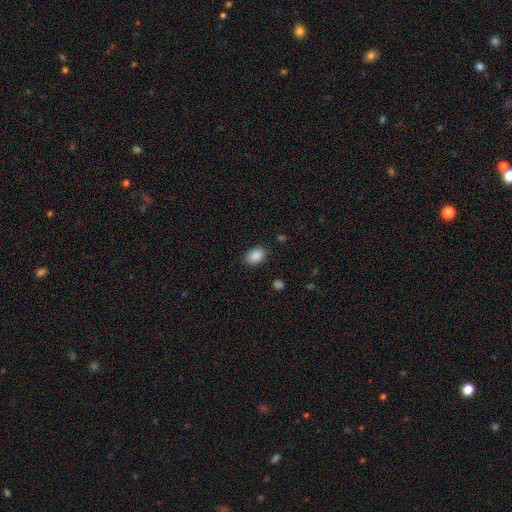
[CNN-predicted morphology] The model was most divided on "how rounded": in between: 85%, round: 14%, cigar-shaped: 1%. More confident: smooth or featured — smooth (88%); merging — none (86%).